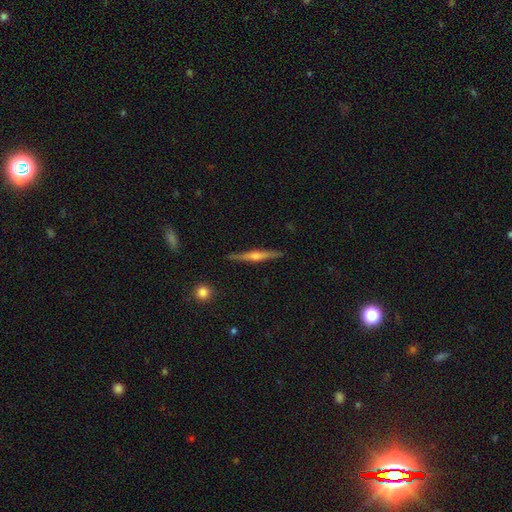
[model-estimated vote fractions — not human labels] Morphology: type=featured or disk (75%); edge-on=yes (98%); edge-on bulge=rounded (86%); merging=none (89%).